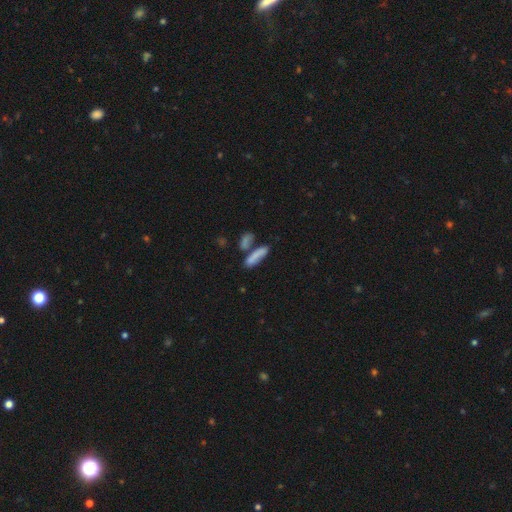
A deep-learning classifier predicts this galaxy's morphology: smooth-or-featured: smooth: 76% | featured or disk: 15% | star or artifact: 9%
  how-rounded: cigar-shaped: 61% | in between: 36% | round: 4%
  merging: none: 49% | merger: 31% | minor disturbance: 14% | major disturbance: 6%